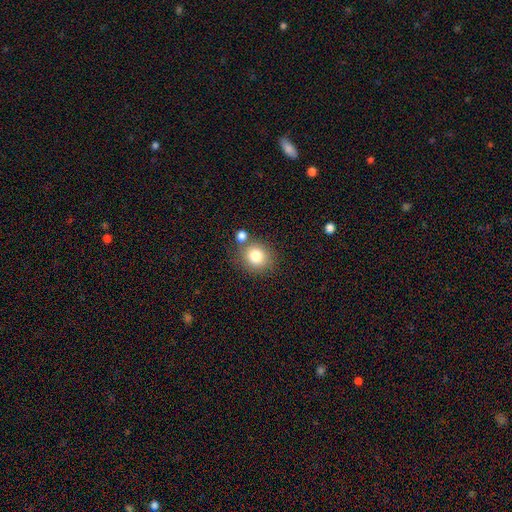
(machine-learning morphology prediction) smooth_or_featured: smooth (p=0.80) [alt: star or artifact p=0.10]
how_rounded: round (p=0.79) [alt: in between p=0.20]
merging: none (p=0.68) [alt: merger p=0.17]